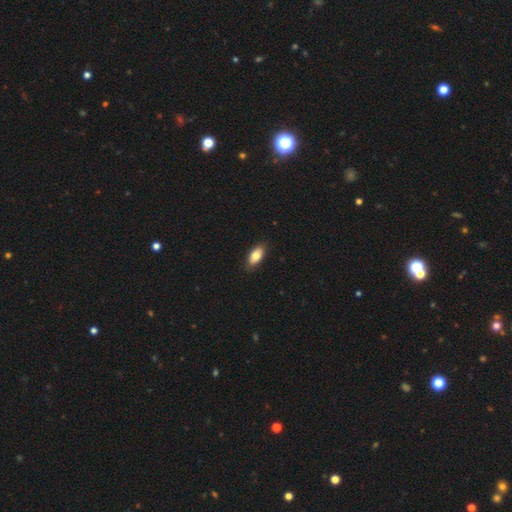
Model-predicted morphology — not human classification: smooth-or-featured: smooth: 80% | featured or disk: 14% | star or artifact: 6%
  how-rounded: in between: 91% | cigar-shaped: 6% | round: 3%
  merging: none: 87% | minor disturbance: 10% | major disturbance: 2% | merger: 1%